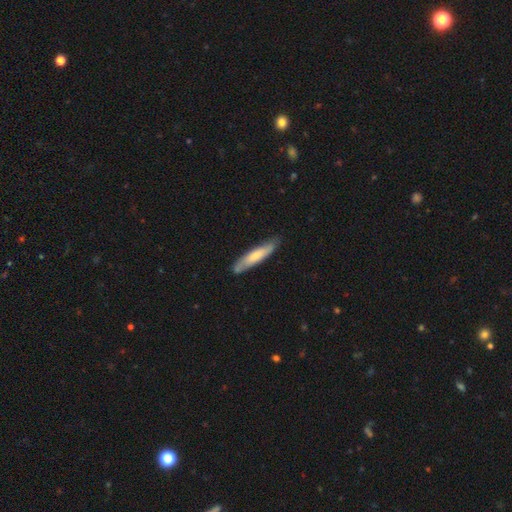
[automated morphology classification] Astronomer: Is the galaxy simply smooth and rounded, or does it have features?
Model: smooth — 65%.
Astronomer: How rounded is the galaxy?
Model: cigar-shaped — 85%.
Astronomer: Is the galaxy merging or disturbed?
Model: none — 79%.